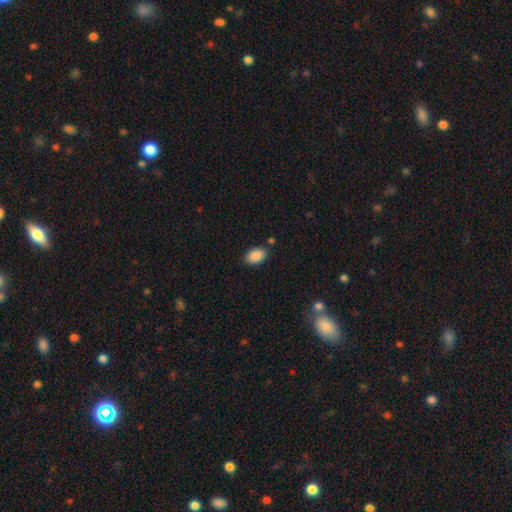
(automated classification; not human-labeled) A smooth galaxy with no disk features (90%) that is in between round and cigar-shaped (91%).

Vote fractions:
- Smooth or featured? smooth: 90% / star or artifact: 7% / featured or disk: 3%
- How rounded? in between: 91% / round: 8% / cigar-shaped: 1%
- Merging? none: 82% / minor disturbance: 12% / merger: 3% / major disturbance: 3%